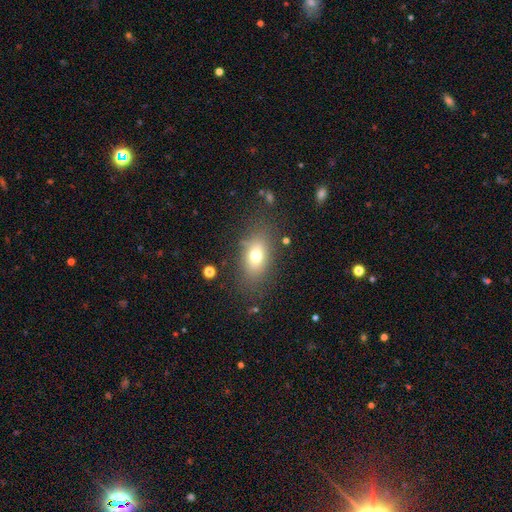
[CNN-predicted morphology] smooth_or_featured: smooth (p=0.71) [alt: featured or disk p=0.16]
how_rounded: in between (p=0.79) [alt: round p=0.18]
merging: none (p=0.76) [alt: minor disturbance p=0.14]